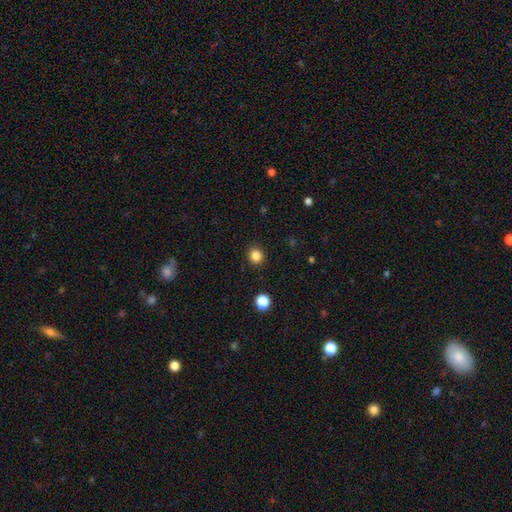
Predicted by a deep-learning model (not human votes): Smooth or featured? smooth (84%)
How rounded? round (82%)
Merging? none (91%)